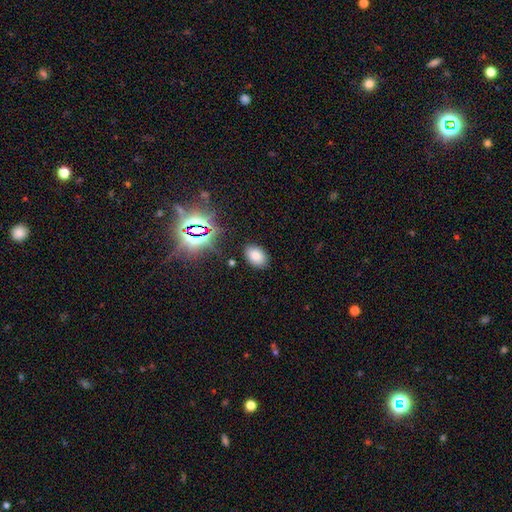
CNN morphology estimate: Smooth or featured?
  - smooth: 76% *
  - star or artifact: 17%
  - featured or disk: 7%
How rounded?
  - in between: 84% *
  - round: 14%
  - cigar-shaped: 1%
Merging?
  - none: 85% *
  - minor disturbance: 10%
  - major disturbance: 3%
  - merger: 2%